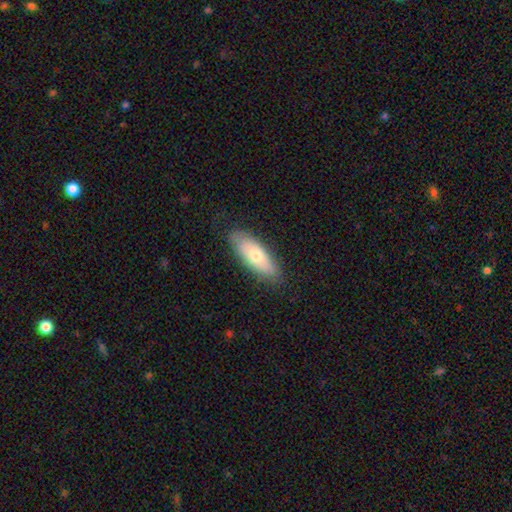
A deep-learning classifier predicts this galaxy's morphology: Smooth or featured?
  - smooth: 61% *
  - featured or disk: 32%
  - star or artifact: 6%
How rounded?
  - in between: 67% *
  - cigar-shaped: 31%
  - round: 2%
Merging?
  - none: 83% *
  - minor disturbance: 13%
  - major disturbance: 3%
  - merger: 1%